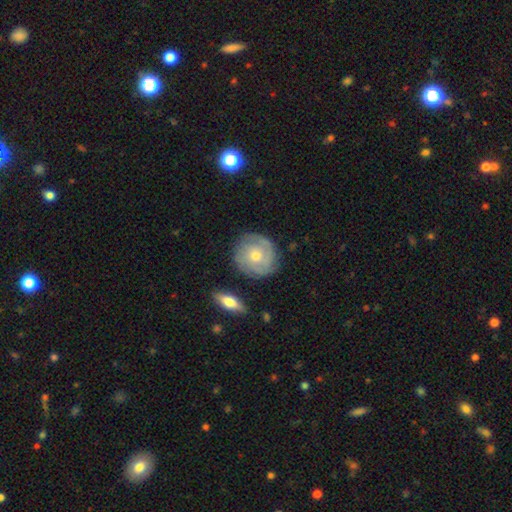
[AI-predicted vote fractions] A featured or disk galaxy (59%) with no bar (82%), spiral arms (79%) and a moderate central bulge (49%).

Vote fractions:
- Smooth or featured? featured or disk: 59% / smooth: 35% / star or artifact: 6%
- Edge-on disk? no: 96% / yes: 4%
- Bar? no: 82% / weak: 16% / strong: 3%
- Spiral arms? yes: 79% / no: 21%
- Bulge size? moderate: 49% / small: 47% / large: 2% / none: 1% / dominant: 1%
- Merging? none: 80% / minor disturbance: 14% / major disturbance: 4% / merger: 2%